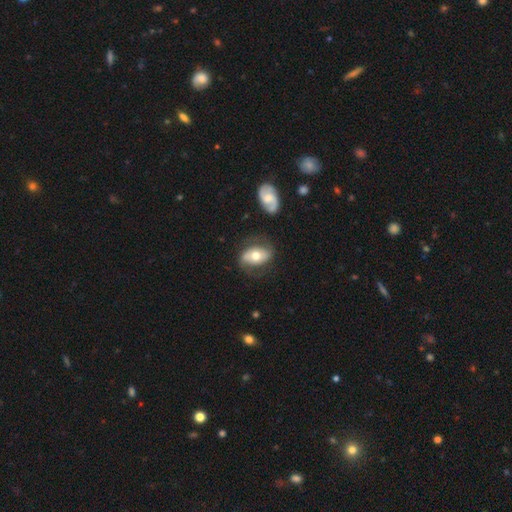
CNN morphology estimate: Smooth or featured?
  - featured or disk: 50% *
  - smooth: 44%
  - star or artifact: 6%
Edge-on disk?
  - no: 92% *
  - yes: 8%
Merging?
  - none: 65% *
  - minor disturbance: 20%
  - major disturbance: 10%
  - merger: 5%